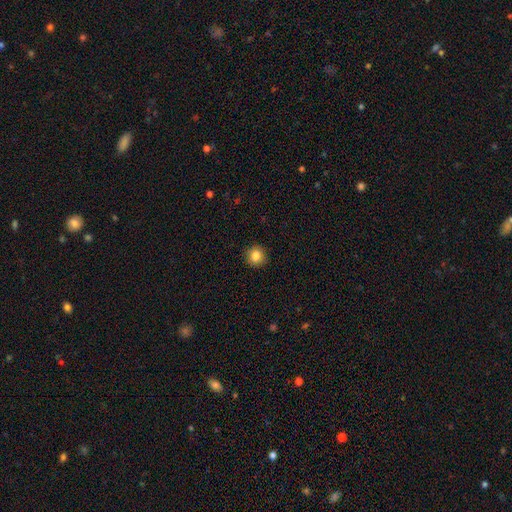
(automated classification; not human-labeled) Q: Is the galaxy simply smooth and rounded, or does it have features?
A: smooth — 84%.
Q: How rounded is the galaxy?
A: round — 92%.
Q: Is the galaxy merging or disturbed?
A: none — 92%.